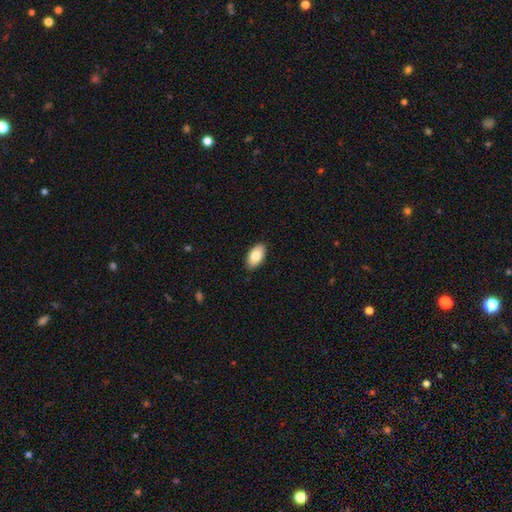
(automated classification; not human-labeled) Smooth or featured?
  - smooth: 81% *
  - featured or disk: 12%
  - star or artifact: 6%
How rounded?
  - in between: 95% *
  - round: 3%
  - cigar-shaped: 2%
Merging?
  - none: 89% *
  - minor disturbance: 9%
  - major disturbance: 2%
  - merger: 1%